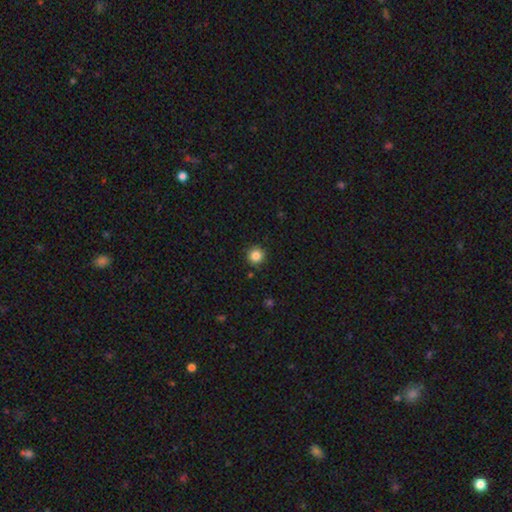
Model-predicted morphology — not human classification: smooth_or_featured: smooth (p=0.84) [alt: star or artifact p=0.11]
how_rounded: round (p=0.95) [alt: in between p=0.04]
merging: none (p=0.91) [alt: minor disturbance p=0.06]